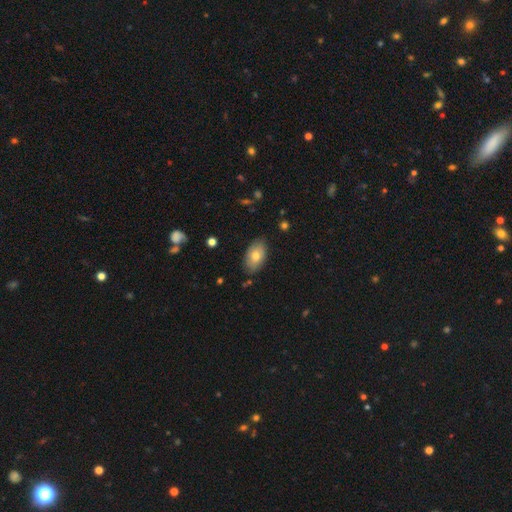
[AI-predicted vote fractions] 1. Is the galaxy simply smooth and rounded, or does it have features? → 74% smooth, 19% featured or disk, 7% star or artifact.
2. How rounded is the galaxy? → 93% in between, 5% round, 2% cigar-shaped.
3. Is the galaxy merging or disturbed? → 83% none, 13% minor disturbance, 2% major disturbance, 1% merger.